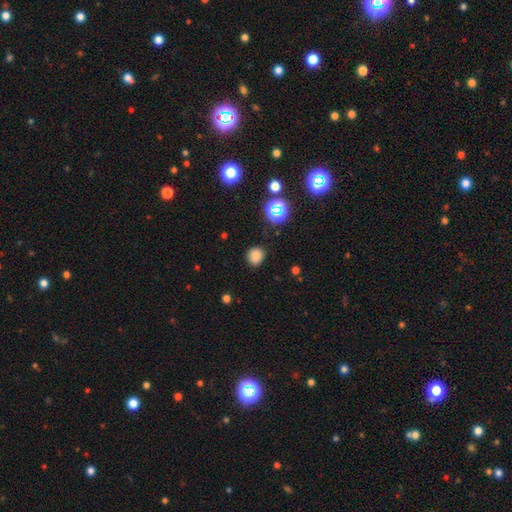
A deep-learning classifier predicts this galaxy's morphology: Q: Smooth or featured?
A: smooth (79%); runner-up: star or artifact (16%)
Q: How rounded?
A: round (80%); runner-up: in between (19%)
Q: Merging?
A: none (84%); runner-up: minor disturbance (11%)